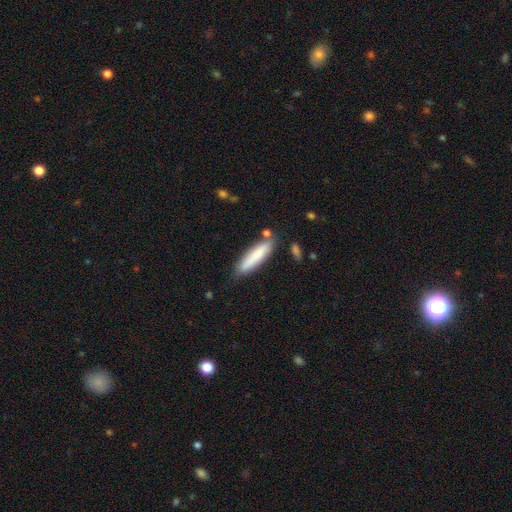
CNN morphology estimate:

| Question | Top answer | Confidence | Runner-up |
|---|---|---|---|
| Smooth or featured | smooth | 79% | featured or disk (15%) |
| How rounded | cigar-shaped | 77% | in between (21%) |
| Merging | none | 78% | minor disturbance (14%) |